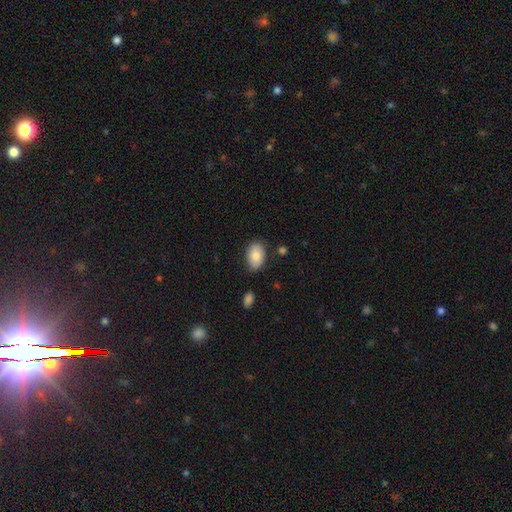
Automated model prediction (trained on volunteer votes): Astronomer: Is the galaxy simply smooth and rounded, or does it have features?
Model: smooth — 81%.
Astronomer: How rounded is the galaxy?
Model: in between — 89%.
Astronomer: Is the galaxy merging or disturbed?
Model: none — 79%.